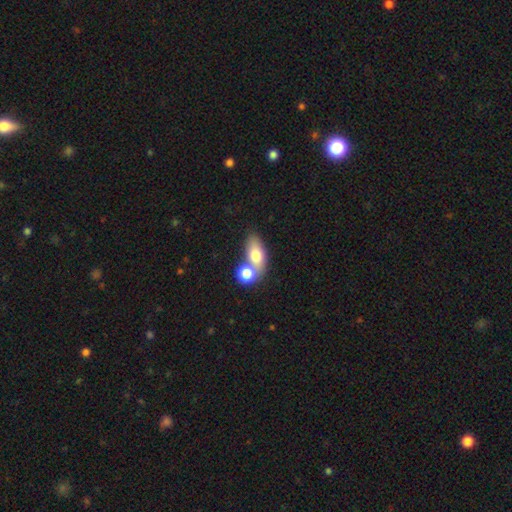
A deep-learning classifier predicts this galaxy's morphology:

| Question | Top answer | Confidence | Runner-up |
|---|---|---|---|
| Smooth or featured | smooth | 73% | featured or disk (20%) |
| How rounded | in between | 78% | round (15%) |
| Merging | merger | 55% | none (32%) |